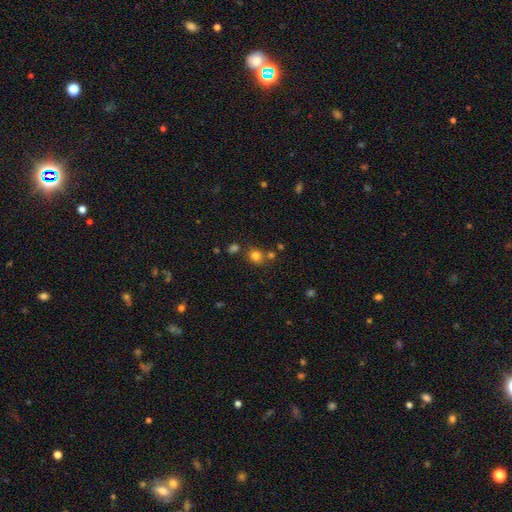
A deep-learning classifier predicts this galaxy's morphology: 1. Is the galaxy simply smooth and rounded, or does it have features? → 78% smooth, 15% star or artifact, 7% featured or disk.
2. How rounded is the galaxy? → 78% round, 21% in between, 1% cigar-shaped.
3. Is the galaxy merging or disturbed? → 71% none, 13% merger, 11% minor disturbance, 4% major disturbance.